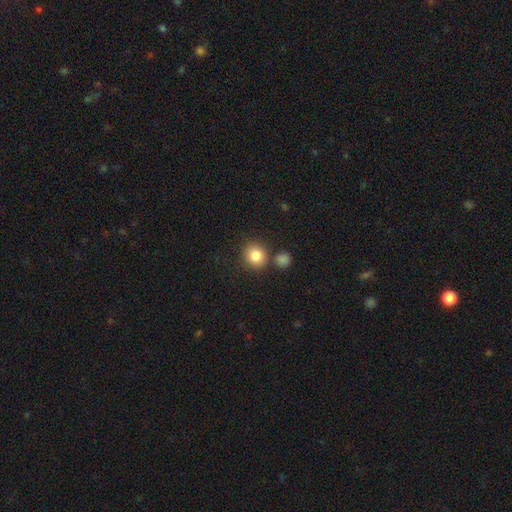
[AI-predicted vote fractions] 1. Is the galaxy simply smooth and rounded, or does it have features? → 84% smooth, 10% star or artifact, 7% featured or disk.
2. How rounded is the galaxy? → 86% round, 13% in between, 1% cigar-shaped.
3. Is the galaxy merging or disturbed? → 78% none, 10% merger, 9% minor disturbance, 3% major disturbance.